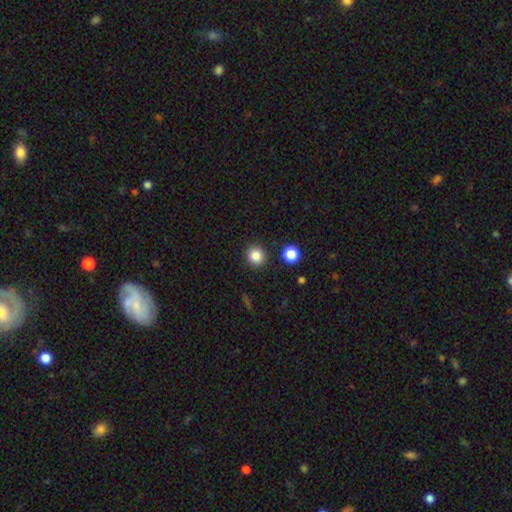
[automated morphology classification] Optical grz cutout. It shows a smooth galaxy with no disk features (85%) that is round (87%). Merging: none (88%).